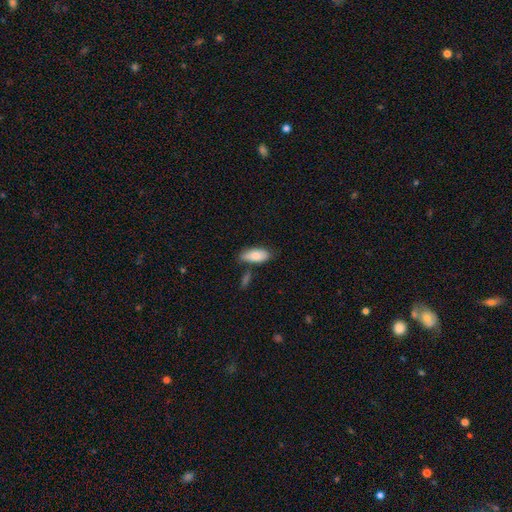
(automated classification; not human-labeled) Morphology: type=smooth (82%); roundness=in between (86%); merging=none (66%).